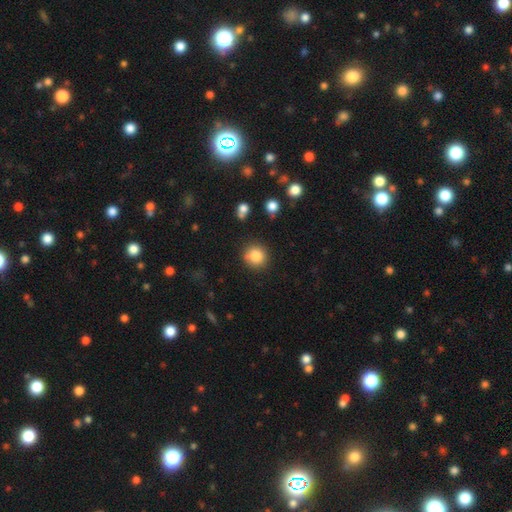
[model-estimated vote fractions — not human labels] smooth-or-featured: smooth: 85% | star or artifact: 10% | featured or disk: 5%
  how-rounded: round: 91% | in between: 8% | cigar-shaped: 1%
  merging: none: 83% | minor disturbance: 11% | merger: 3% | major disturbance: 3%